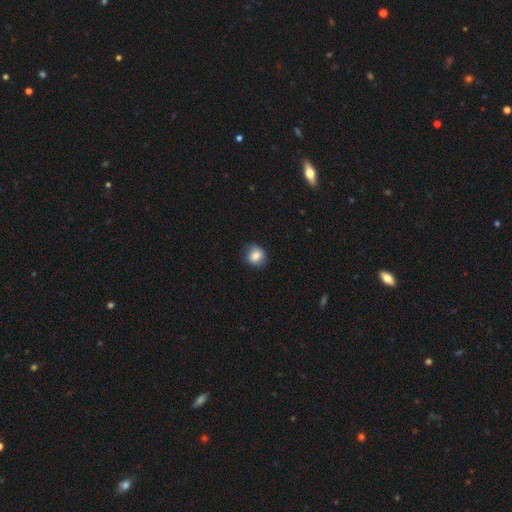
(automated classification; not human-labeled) This appears to be a smooth galaxy with no disk features (83%) that is round (72%). Merging: none (78%).